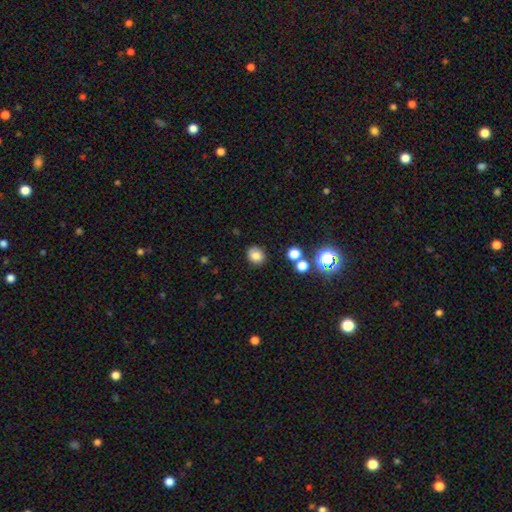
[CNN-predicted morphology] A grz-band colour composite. It shows a smooth galaxy with no disk features (79%) that is round (67%). Merging: none (84%).